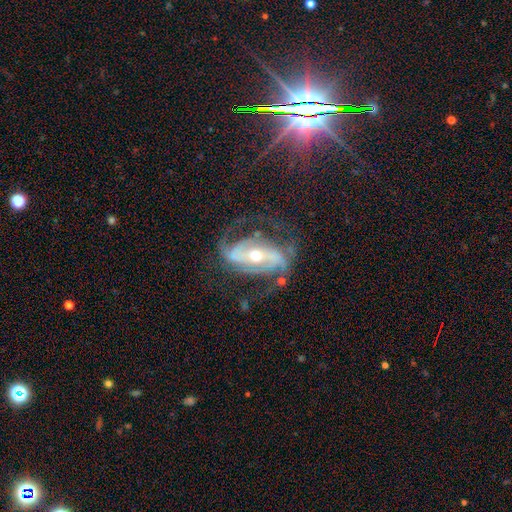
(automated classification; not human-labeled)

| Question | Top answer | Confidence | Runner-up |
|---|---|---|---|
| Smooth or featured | featured or disk | 87% | star or artifact (7%) |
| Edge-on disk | no | 95% | yes (5%) |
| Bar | strong | 52% | weak (27%) |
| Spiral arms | yes | 95% | no (5%) |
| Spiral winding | medium | 46% | loose (27%) |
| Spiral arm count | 2 | 67% | 3 (12%) |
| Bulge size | moderate | 55% | small (40%) |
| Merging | none | 59% | major disturbance (20%) |